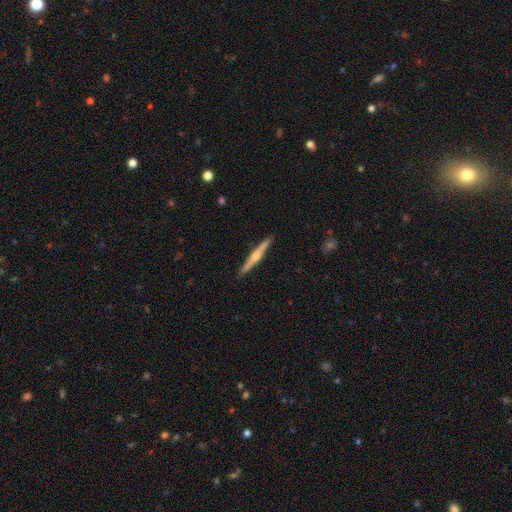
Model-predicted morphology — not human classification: Overall: featured or disk (75%). Edge-on disk: yes (98%). Edge-on bulge: rounded (87%). Merging: none (91%).